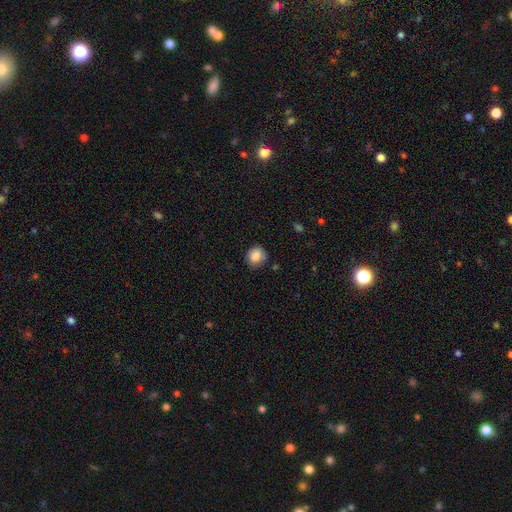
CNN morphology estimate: This is clearly a smooth galaxy (85%). How rounded: likely round (78%). Merging: likely none (72%).